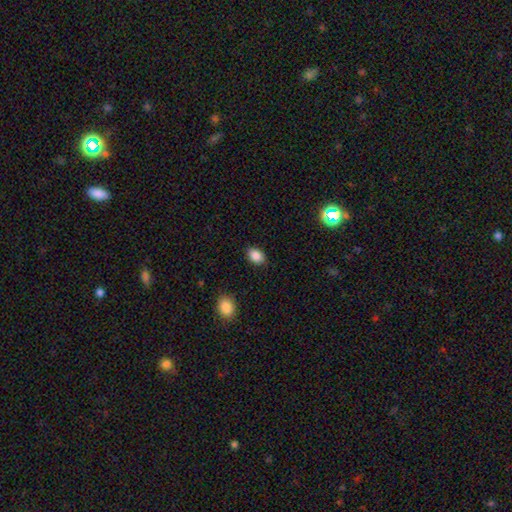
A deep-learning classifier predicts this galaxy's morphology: Smooth or featured? smooth (87%)
How rounded? in between (81%)
Merging? none (86%)